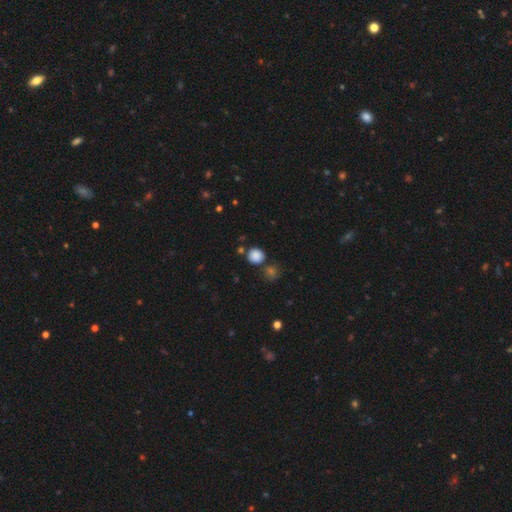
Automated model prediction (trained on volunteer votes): Smooth or featured: smooth — 85% (star or artifact — 11%)
How rounded: round — 86% (in between — 13%)
Merging: none — 75% (merger — 11%)